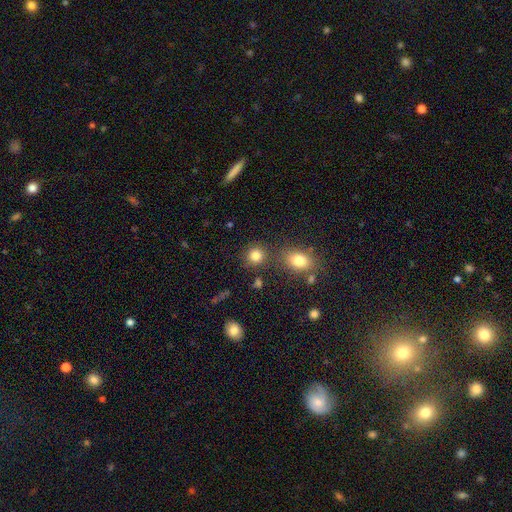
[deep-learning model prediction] smooth-or-featured: smooth: 82% | star or artifact: 12% | featured or disk: 6%
  how-rounded: round: 86% | in between: 13% | cigar-shaped: 1%
  merging: none: 77% | merger: 10% | minor disturbance: 9% | major disturbance: 4%